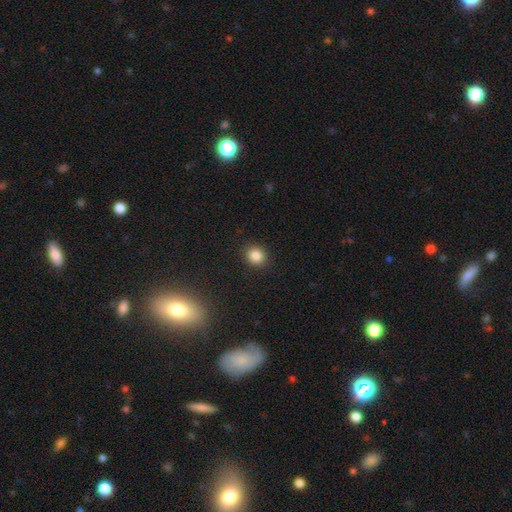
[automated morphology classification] This is clearly a smooth galaxy (84%). How rounded: clearly round (81%). Merging: clearly none (91%).